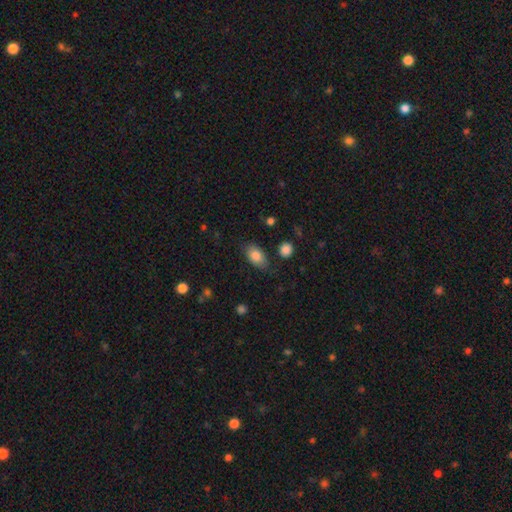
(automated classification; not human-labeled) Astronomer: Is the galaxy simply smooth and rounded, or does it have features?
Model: smooth — 83%.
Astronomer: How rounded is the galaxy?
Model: in between — 90%.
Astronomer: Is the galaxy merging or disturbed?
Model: none — 77%.